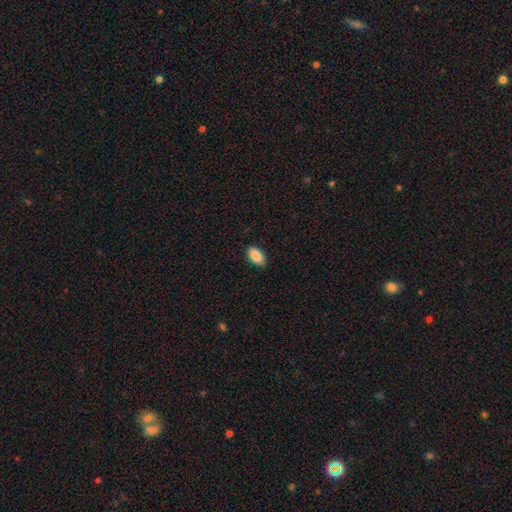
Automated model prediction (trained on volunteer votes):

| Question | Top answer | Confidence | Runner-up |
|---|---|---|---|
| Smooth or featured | smooth | 89% | star or artifact (7%) |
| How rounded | in between | 94% | round (4%) |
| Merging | none | 86% | minor disturbance (11%) |